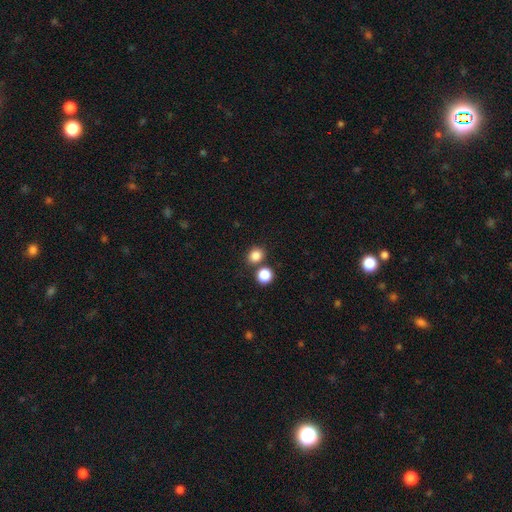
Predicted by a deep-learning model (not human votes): smooth-or-featured: smooth: 83% | star or artifact: 12% | featured or disk: 5%
  how-rounded: round: 72% | in between: 27% | cigar-shaped: 1%
  merging: none: 72% | merger: 17% | minor disturbance: 8% | major disturbance: 3%